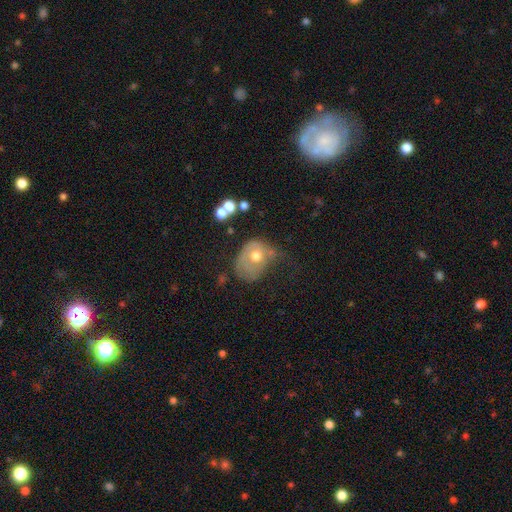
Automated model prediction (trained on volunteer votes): Q: Smooth or featured?
A: smooth (54%); runner-up: featured or disk (37%)
Q: How rounded?
A: in between (55%); runner-up: round (44%)
Q: Merging?
A: major disturbance (42%); runner-up: minor disturbance (30%)